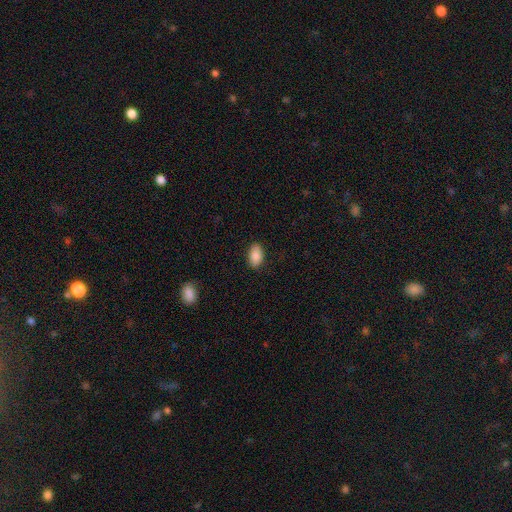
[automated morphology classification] type=smooth (87%); roundness=in between (93%); merging=none (88%).